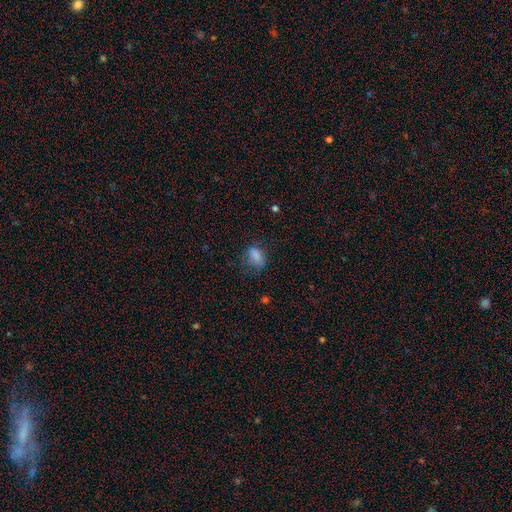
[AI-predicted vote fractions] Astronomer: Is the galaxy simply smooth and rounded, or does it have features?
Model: smooth — 80%.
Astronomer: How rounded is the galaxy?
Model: in between — 80%.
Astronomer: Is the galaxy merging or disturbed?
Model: none — 54%.